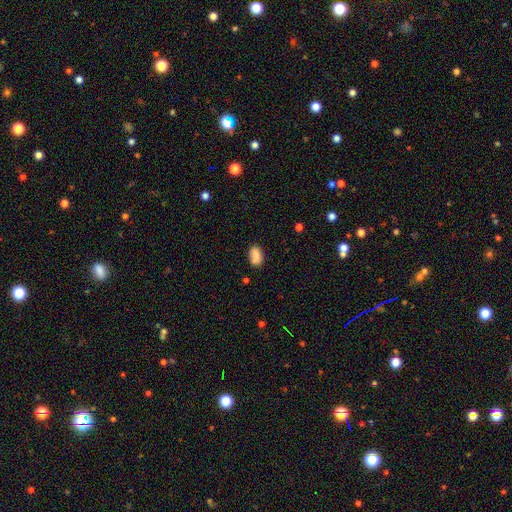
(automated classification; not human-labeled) Overall: smooth (86%). How rounded: in between (90%). Merging: none (73%).